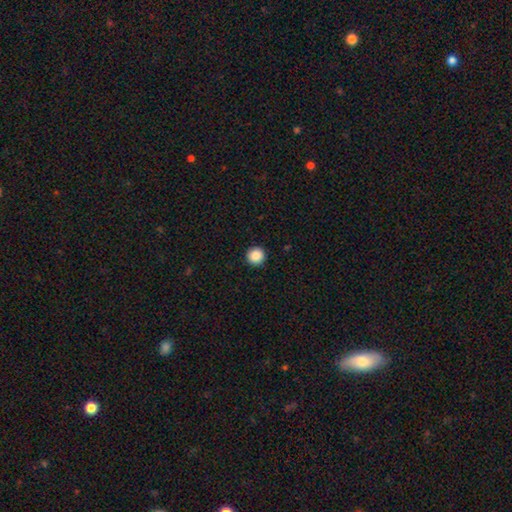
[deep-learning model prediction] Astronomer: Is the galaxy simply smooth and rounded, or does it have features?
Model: smooth — 88%.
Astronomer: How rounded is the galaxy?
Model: round — 96%.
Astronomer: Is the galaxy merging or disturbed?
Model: none — 93%.